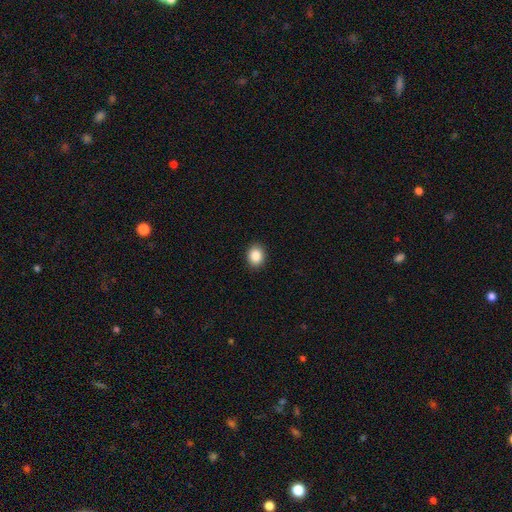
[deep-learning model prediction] Morphology: type=smooth (88%); roundness=round (53%); merging=none (91%).